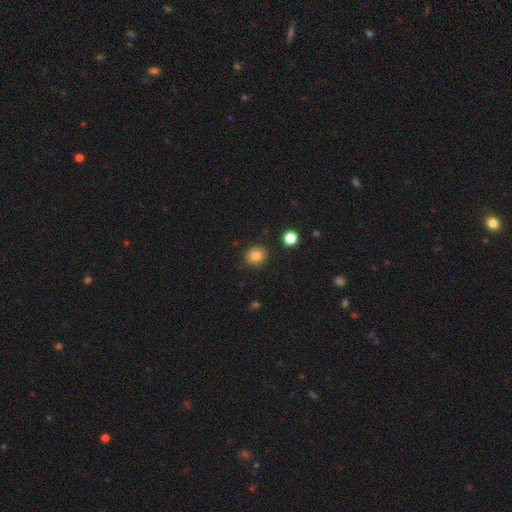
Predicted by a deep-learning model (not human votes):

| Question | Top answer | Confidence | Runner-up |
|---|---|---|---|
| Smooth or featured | smooth | 82% | star or artifact (11%) |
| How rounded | round | 84% | in between (15%) |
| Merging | none | 89% | minor disturbance (7%) |